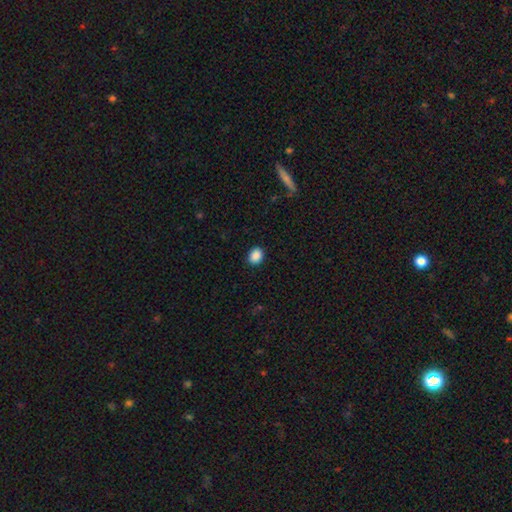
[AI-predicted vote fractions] Smooth or featured? smooth (89%)
How rounded? round (52%)
Merging? none (90%)